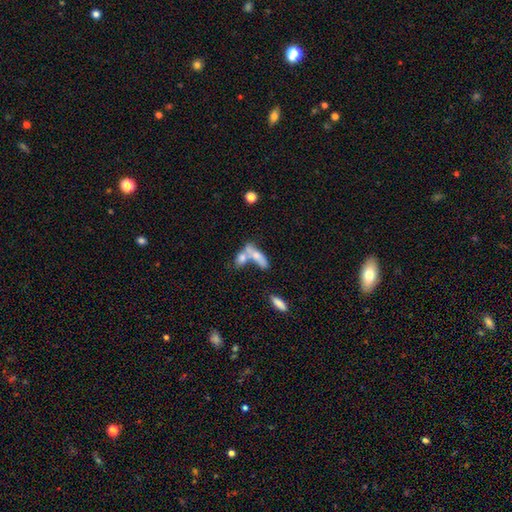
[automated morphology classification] Smooth or featured? smooth (61%)
How rounded? in between (53%)
Merging? merger (59%)